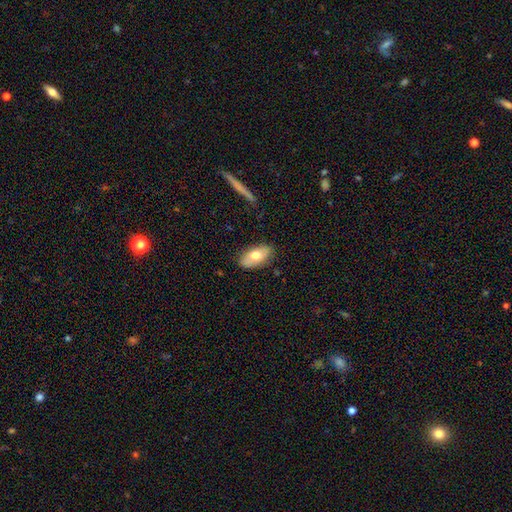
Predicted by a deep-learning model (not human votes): Overall: smooth (70%). How rounded: in between (92%). Merging: none (83%).